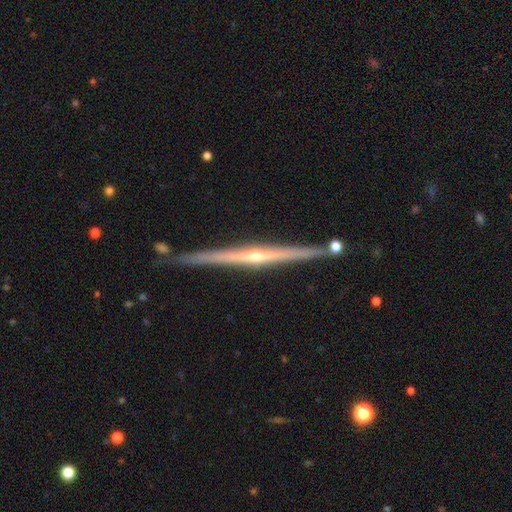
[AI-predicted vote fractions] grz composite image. It shows a featured or disk galaxy (86%) viewed edge-on (98%) with a rounded central bulge (79%). Merging: none (88%).